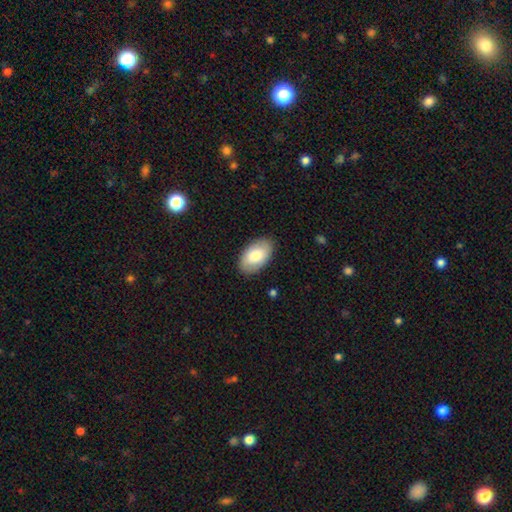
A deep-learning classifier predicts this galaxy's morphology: Smooth or featured? smooth (79%)
How rounded? in between (95%)
Merging? none (87%)